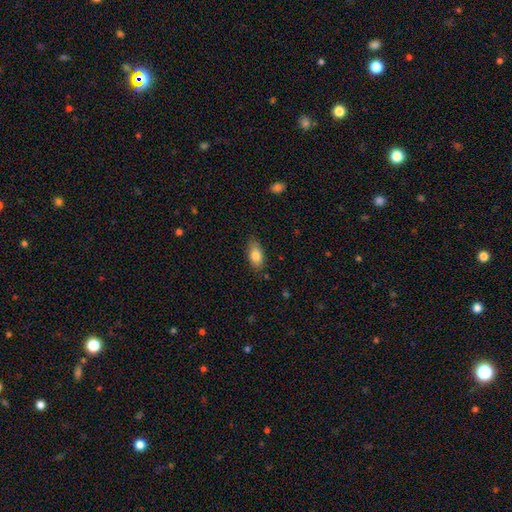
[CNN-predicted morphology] type=smooth (82%); roundness=in between (90%); merging=none (81%).